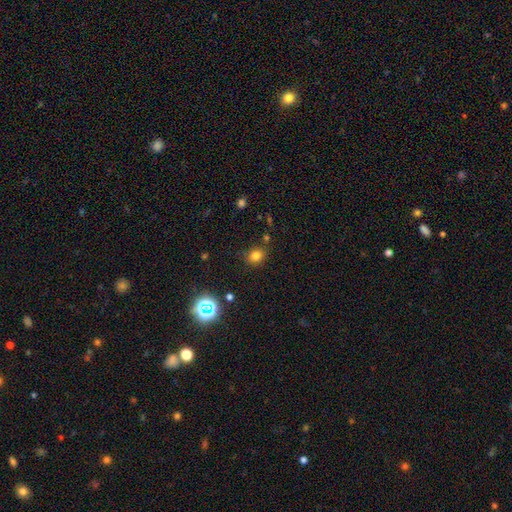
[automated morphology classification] Q: Smooth or featured?
A: smooth (77%); runner-up: star or artifact (17%)
Q: How rounded?
A: round (68%); runner-up: in between (31%)
Q: Merging?
A: none (81%); runner-up: minor disturbance (13%)